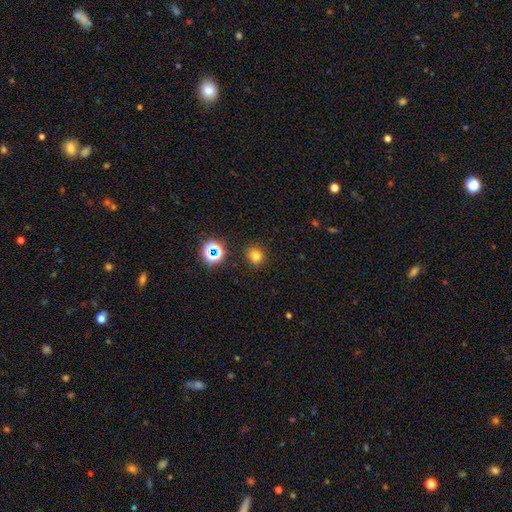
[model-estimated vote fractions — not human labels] Morphology: type=smooth (74%); roundness=round (87%); merging=none (89%).